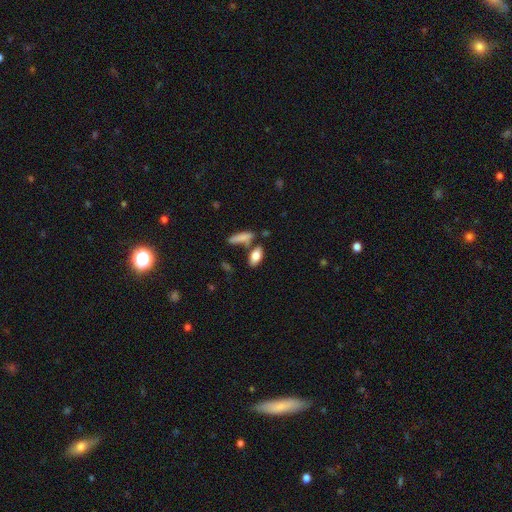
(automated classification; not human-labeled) smooth 81%, featured or disk 12%, star or artifact 7%. Down the decision tree: how rounded — in between (84%); merging — none (63%).